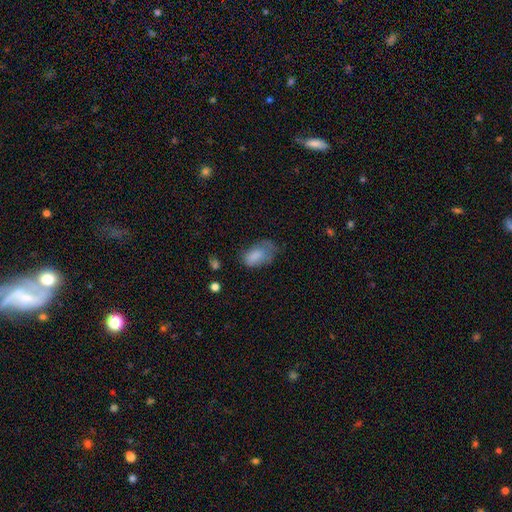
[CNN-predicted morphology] This appears to be a smooth galaxy with no disk features (77%) that is in between round and cigar-shaped (91%). Merging: none (38%).